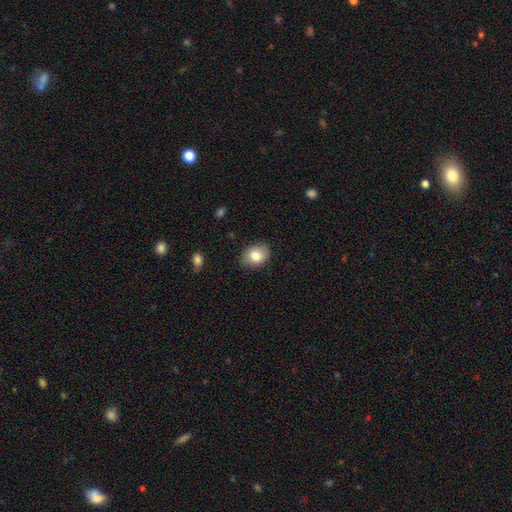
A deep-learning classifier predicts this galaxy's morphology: smooth 83%, featured or disk 9%, star or artifact 8%. Down the decision tree: how rounded — in between (68%); merging — none (83%).